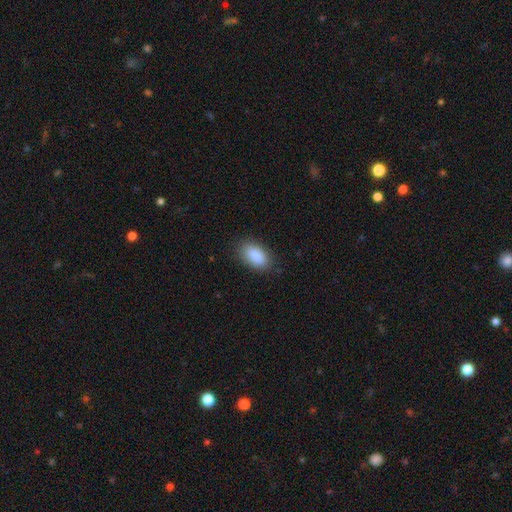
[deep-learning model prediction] This appears to be a smooth galaxy with no disk features (90%) that is in between round and cigar-shaped (94%). Merging: none (86%).